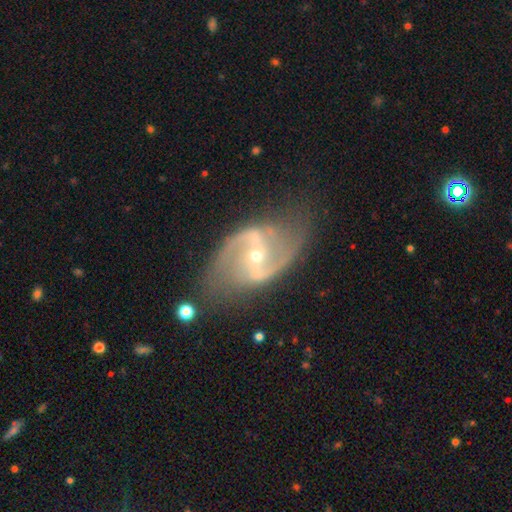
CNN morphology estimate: Smooth or featured? Predicted: featured or disk (p=0.91). Edge-on disk? Predicted: no (p=0.97). Bar? Predicted: weak (p=0.37). Spiral arms? Predicted: yes (p=0.97). Spiral winding? Predicted: medium (p=0.47). Spiral arm count? Predicted: 2 (p=0.93). Bulge size? Predicted: small (p=0.71). Merging? Predicted: none (p=0.71).